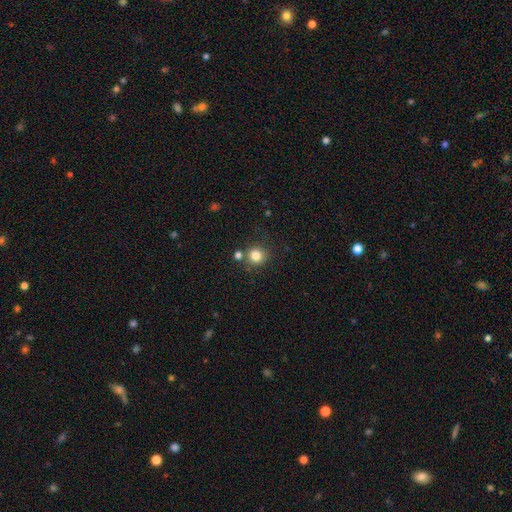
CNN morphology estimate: Smooth or featured? smooth (82%)
How rounded? round (91%)
Merging? none (78%)